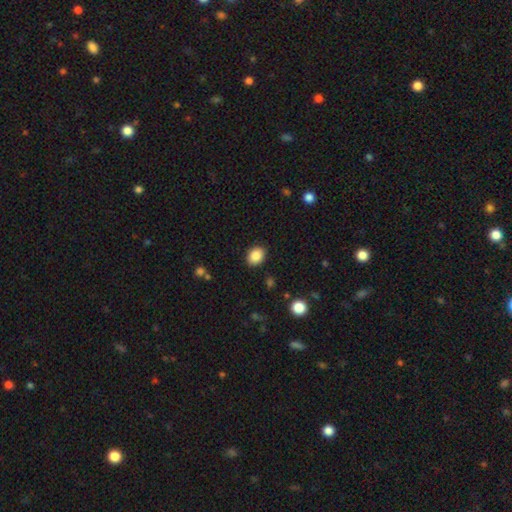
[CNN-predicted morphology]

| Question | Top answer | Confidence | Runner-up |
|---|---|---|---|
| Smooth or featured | smooth | 87% | star or artifact (9%) |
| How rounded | in between | 54% | round (45%) |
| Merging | none | 89% | minor disturbance (8%) |